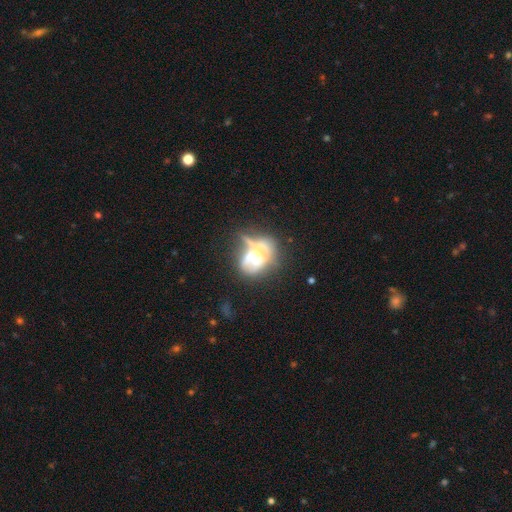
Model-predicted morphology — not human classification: Overall: featured or disk (44%; smooth 42%). Merging: merger (31%; major disturbance 27%).